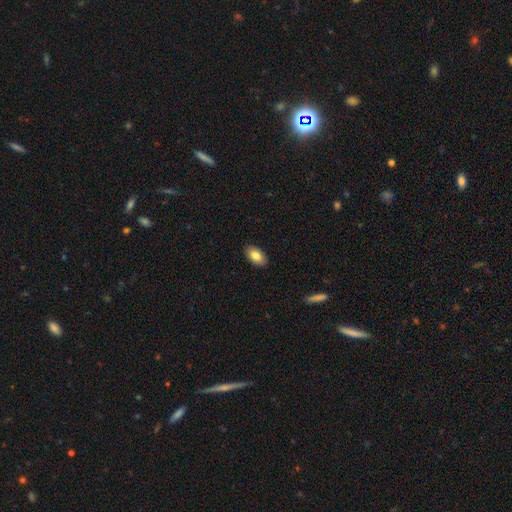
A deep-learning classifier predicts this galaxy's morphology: Smooth or featured?
  - smooth: 83% *
  - featured or disk: 10%
  - star or artifact: 7%
How rounded?
  - in between: 94% *
  - round: 4%
  - cigar-shaped: 2%
Merging?
  - none: 89% *
  - minor disturbance: 8%
  - major disturbance: 2%
  - merger: 1%